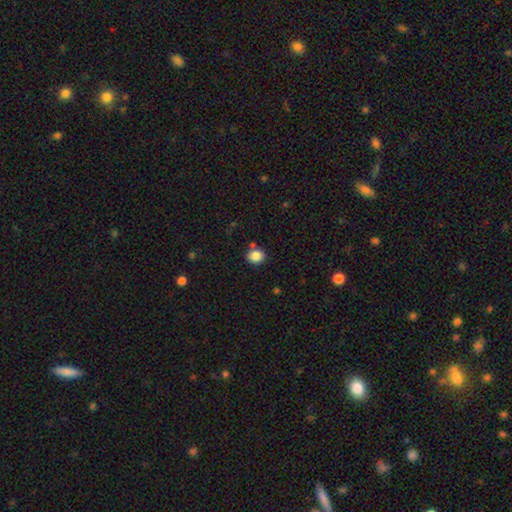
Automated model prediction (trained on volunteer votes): smooth-or-featured: smooth: 86% | star or artifact: 10% | featured or disk: 4%
  how-rounded: round: 71% | in between: 29% | cigar-shaped: 1%
  merging: none: 78% | minor disturbance: 10% | merger: 9% | major disturbance: 3%